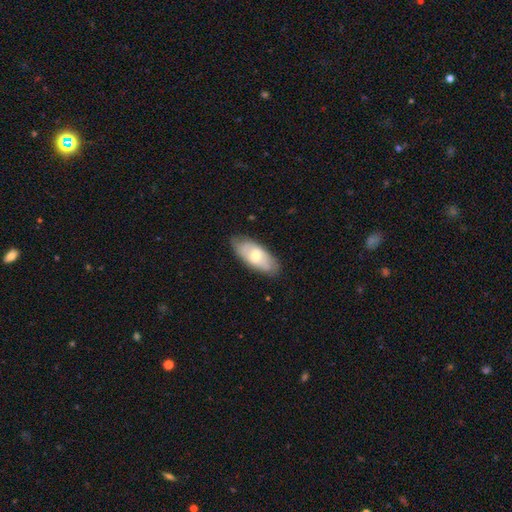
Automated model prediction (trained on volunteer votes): A smooth galaxy with no disk features (54%) that is in between round and cigar-shaped (85%). Merging: none (79%).